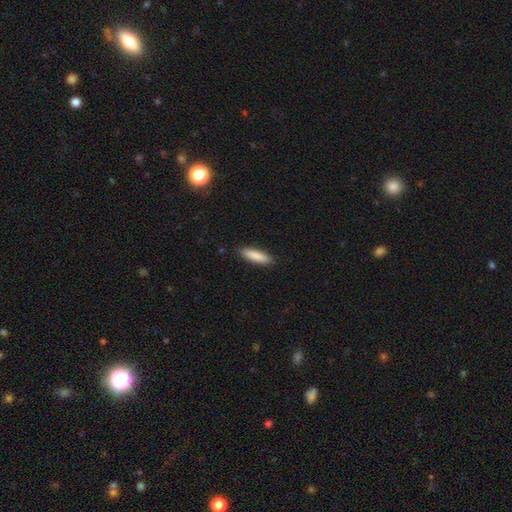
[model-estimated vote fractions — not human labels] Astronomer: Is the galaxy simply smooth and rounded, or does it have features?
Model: smooth — 88%.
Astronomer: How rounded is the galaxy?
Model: cigar-shaped — 62% (runner-up: in between, 37%).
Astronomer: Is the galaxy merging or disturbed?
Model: none — 89%.